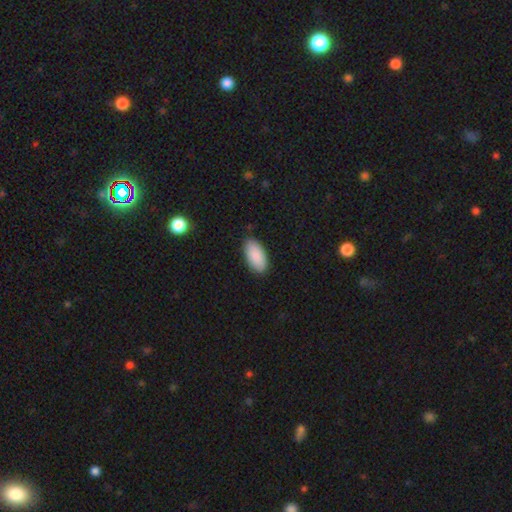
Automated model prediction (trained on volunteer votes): A smooth galaxy with no disk features (90%) that is in between round and cigar-shaped (95%).

Vote fractions:
- Smooth or featured? smooth: 90% / star or artifact: 6% / featured or disk: 4%
- How rounded? in between: 95% / cigar-shaped: 4% / round: 2%
- Merging? none: 86% / minor disturbance: 10% / major disturbance: 2% / merger: 1%